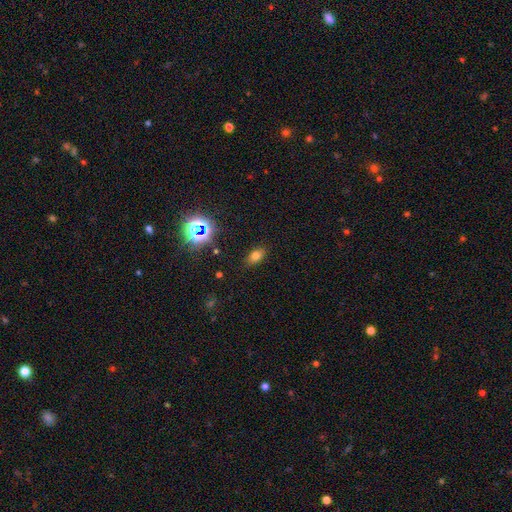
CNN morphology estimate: Overall: smooth (70%). How rounded: in between (83%). Merging: none (85%).